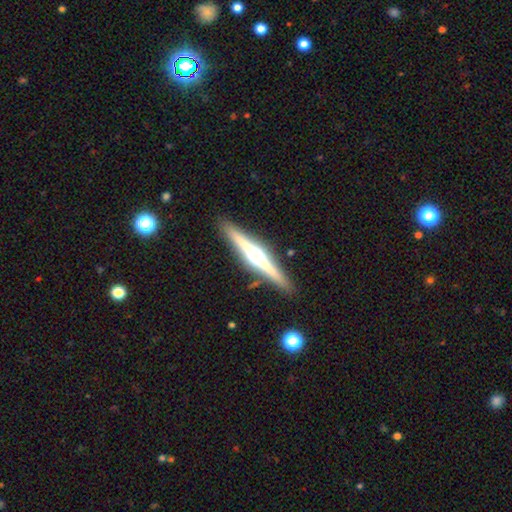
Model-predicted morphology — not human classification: Smooth or featured? Predicted: featured or disk (p=0.77). Edge-on disk? Predicted: yes (p=0.98). Edge-on bulge? Predicted: rounded (p=0.91). Merging? Predicted: none (p=0.90).